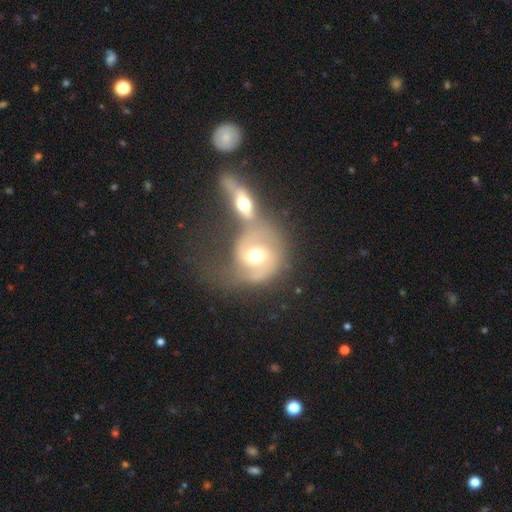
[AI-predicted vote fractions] A featured or disk galaxy (62%) with no bar (60%), spiral arms (74%) and a moderate central bulge (62%). Merging: merger (61%).